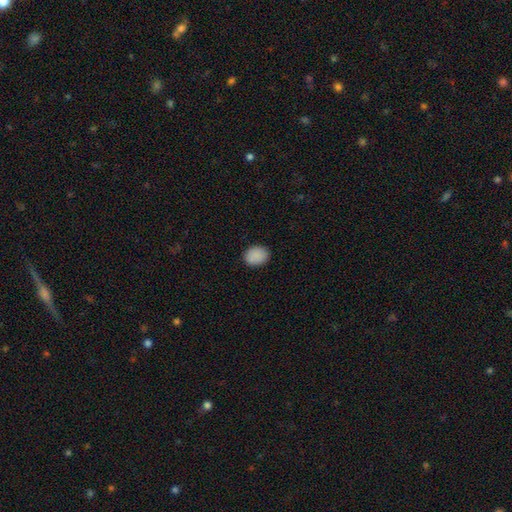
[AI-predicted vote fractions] A smooth galaxy with no disk features (89%) that is in between round and cigar-shaped (56%). Merging: none (88%).